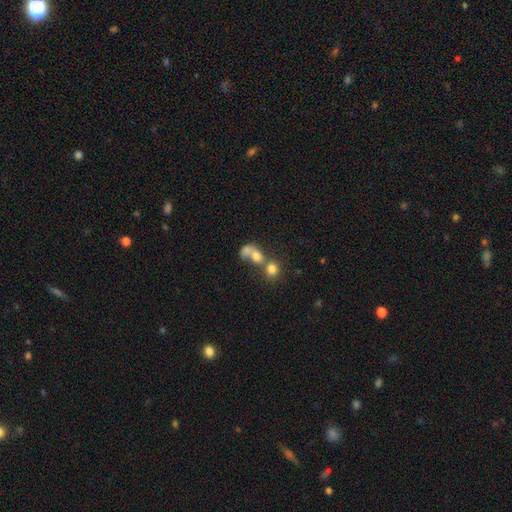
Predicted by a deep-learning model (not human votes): smooth 66%, featured or disk 21%, star or artifact 14%. Down the decision tree: how rounded — round (63%); merging — merger (62%).